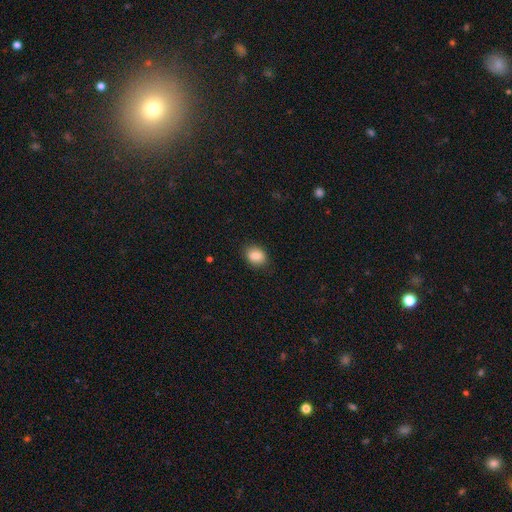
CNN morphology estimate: Smooth or featured: smooth — 86% (star or artifact — 8%)
How rounded: in between — 59% (round — 40%)
Merging: none — 88% (minor disturbance — 9%)